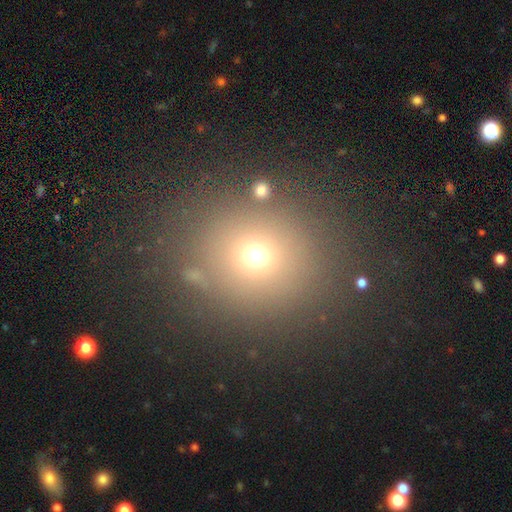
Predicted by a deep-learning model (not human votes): smooth-or-featured: smooth: 66% | star or artifact: 24% | featured or disk: 10%
  how-rounded: round: 84% | in between: 15% | cigar-shaped: 1%
  merging: none: 82% | minor disturbance: 9% | major disturbance: 5% | merger: 4%